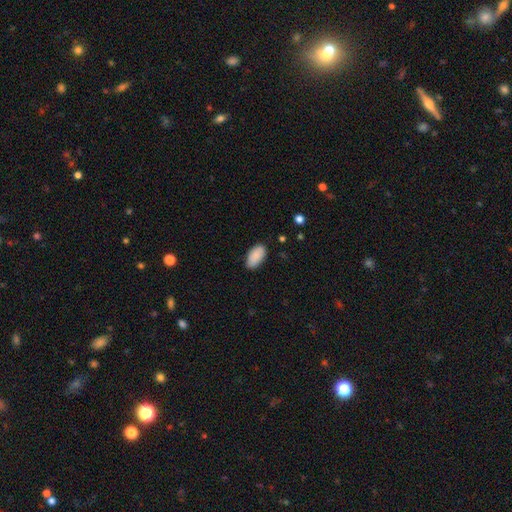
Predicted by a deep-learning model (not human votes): This is clearly a smooth galaxy (89%). How rounded: clearly in between (95%). Merging: clearly none (82%).